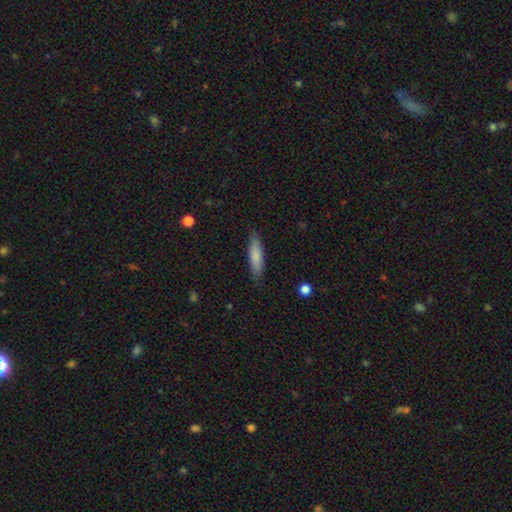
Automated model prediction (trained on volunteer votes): This appears to be a smooth galaxy with no disk features (80%) that is cigar-shaped (75%). Merging: none (86%).